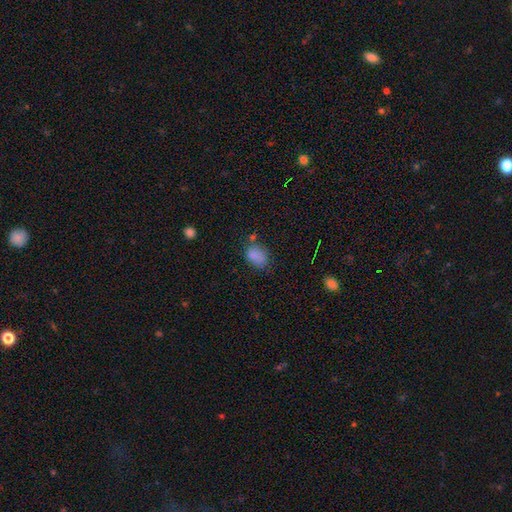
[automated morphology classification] Smooth or featured: smooth — 82% (star or artifact — 11%)
How rounded: in between — 75% (round — 24%)
Merging: none — 60% (minor disturbance — 25%)